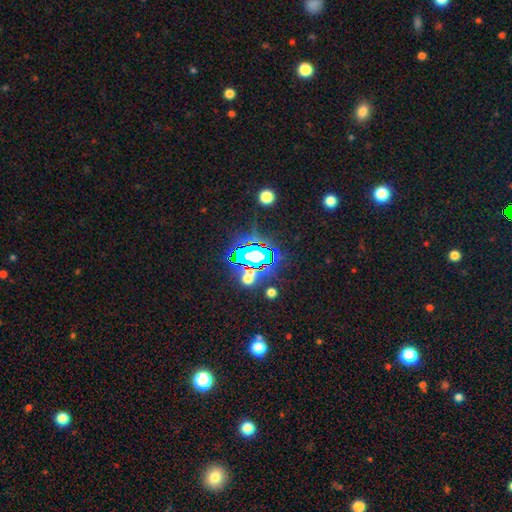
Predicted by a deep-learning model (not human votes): star or artifact 71%, smooth 16%, featured or disk 13%.